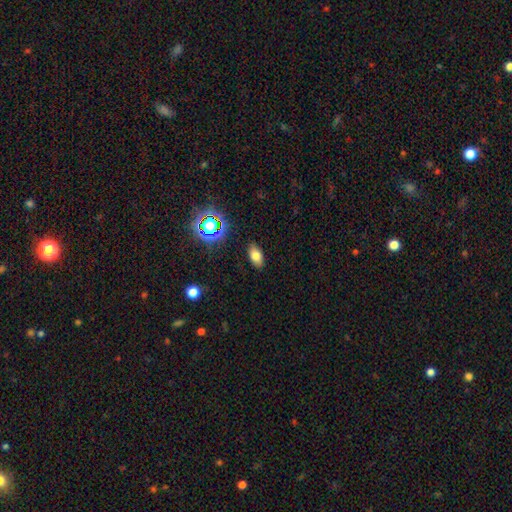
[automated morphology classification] This appears to be a smooth galaxy with no disk features (74%) that is in between round and cigar-shaped (90%). Merging: none (87%).